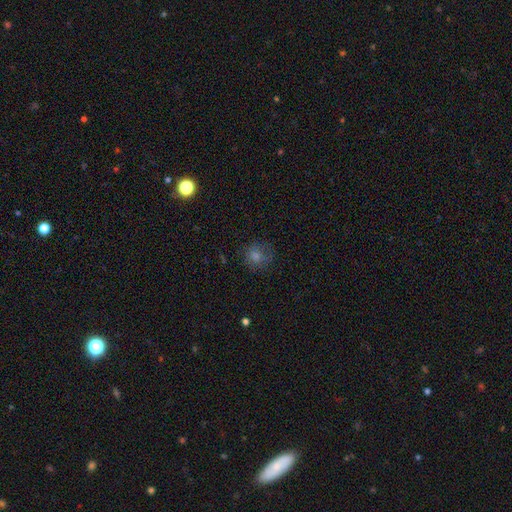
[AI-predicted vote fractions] Smooth or featured: smooth — 63% (star or artifact — 21%)
How rounded: round — 87% (in between — 12%)
Merging: none — 75% (minor disturbance — 16%)